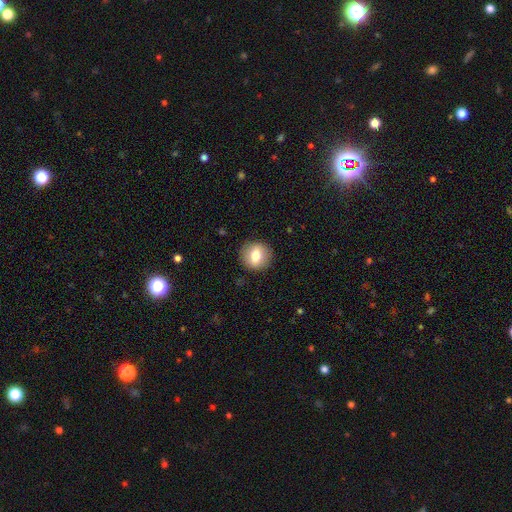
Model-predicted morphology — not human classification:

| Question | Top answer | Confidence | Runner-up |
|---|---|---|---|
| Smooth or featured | smooth | 69% | featured or disk (23%) |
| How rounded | round | 83% | in between (16%) |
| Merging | none | 89% | minor disturbance (8%) |